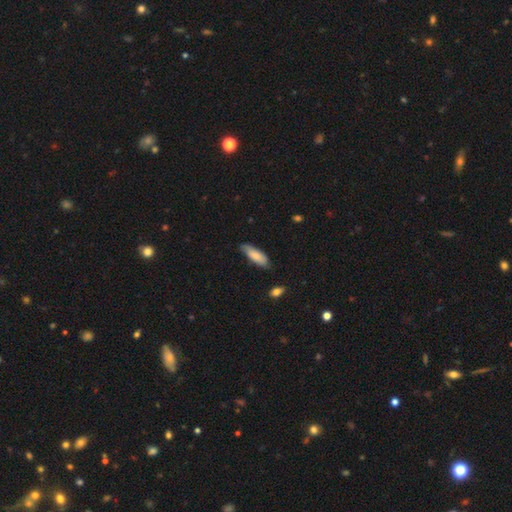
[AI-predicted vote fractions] Smooth or featured? Predicted: smooth (p=0.80). How rounded? Predicted: in between (p=0.61). Merging? Predicted: none (p=0.72).